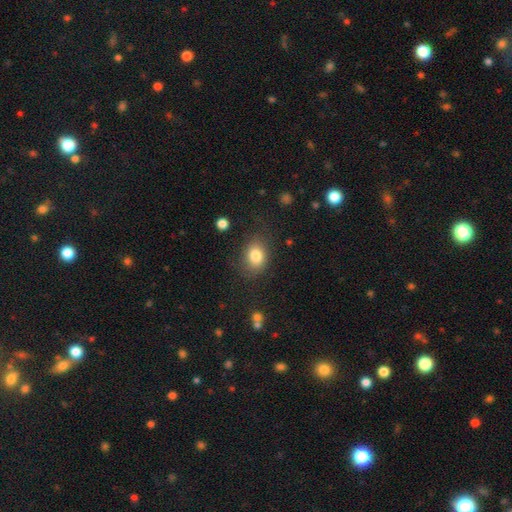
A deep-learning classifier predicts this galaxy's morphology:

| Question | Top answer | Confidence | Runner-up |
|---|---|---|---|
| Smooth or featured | smooth | 81% | star or artifact (10%) |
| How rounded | in between | 59% | round (40%) |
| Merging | none | 74% | minor disturbance (17%) |